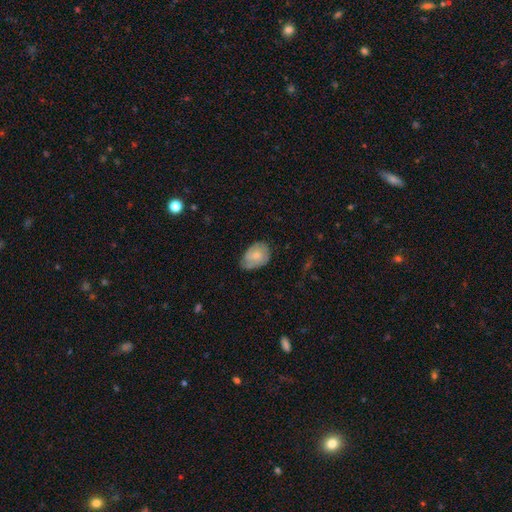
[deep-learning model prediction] smooth 61%, featured or disk 33%, star or artifact 6%. Down the decision tree: how rounded — in between (81%); merging — none (56%).